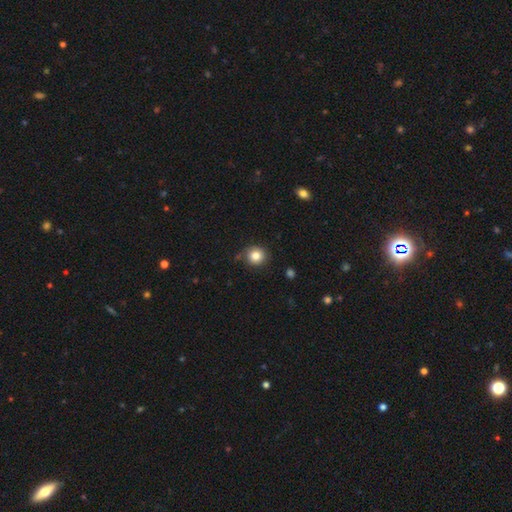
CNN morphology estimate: smooth_or_featured: smooth (p=0.83) [alt: star or artifact p=0.11]
how_rounded: round (p=0.91) [alt: in between p=0.08]
merging: none (p=0.83) [alt: minor disturbance p=0.11]